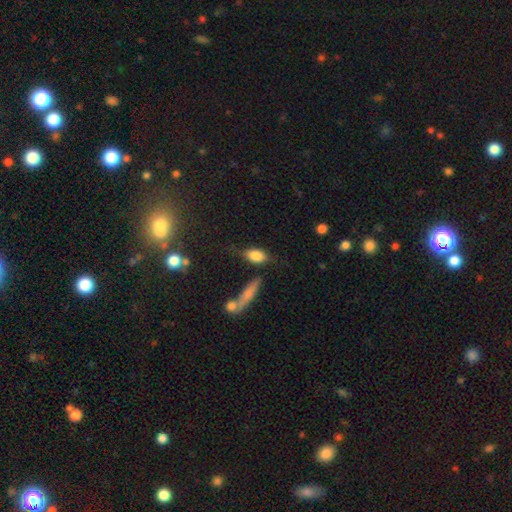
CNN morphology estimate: This appears to be a smooth galaxy with no disk features (81%) that is in between round and cigar-shaped (85%). Merging: none (62%).